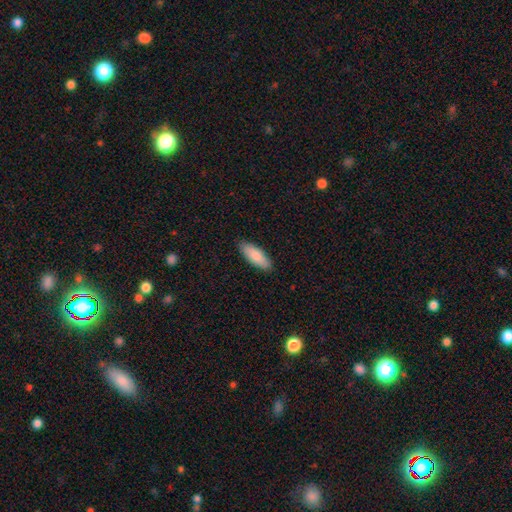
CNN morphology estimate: smooth-or-featured: smooth: 85% | featured or disk: 10% | star or artifact: 5%
  how-rounded: in between: 71% | cigar-shaped: 27% | round: 2%
  merging: none: 88% | minor disturbance: 10% | major disturbance: 2% | merger: 1%